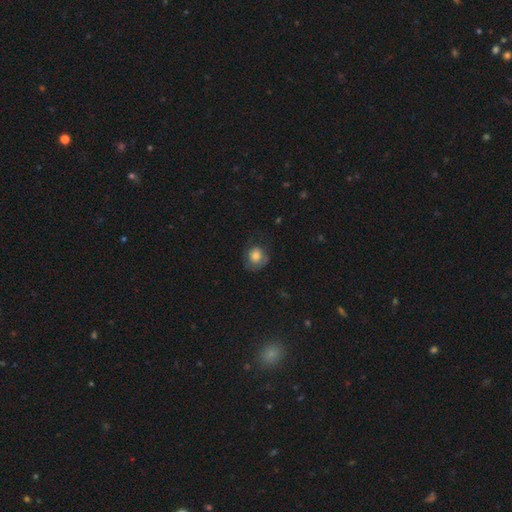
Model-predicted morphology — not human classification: Smooth or featured: smooth — 73% (featured or disk — 19%)
How rounded: round — 73% (in between — 26%)
Merging: none — 58% (minor disturbance — 25%)